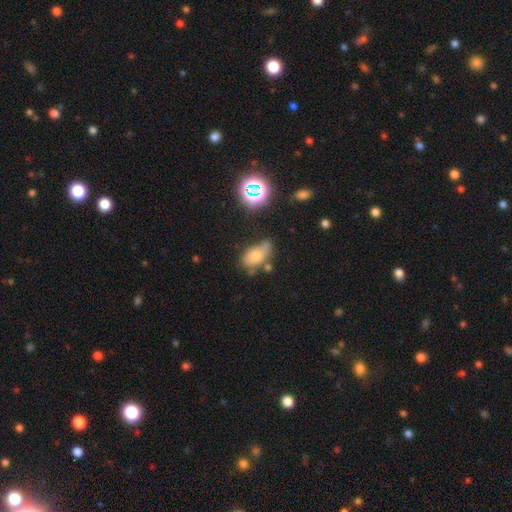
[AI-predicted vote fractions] smooth-or-featured: smooth: 63% | featured or disk: 22% | star or artifact: 15%
  how-rounded: in between: 87% | round: 10% | cigar-shaped: 3%
  merging: none: 39% | minor disturbance: 35% | major disturbance: 15% | merger: 12%